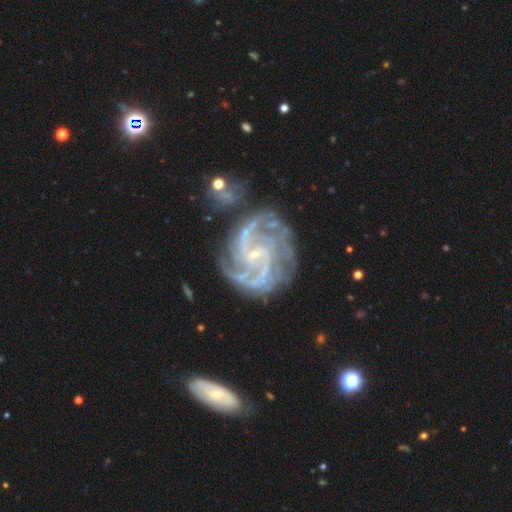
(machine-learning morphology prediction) A featured or disk galaxy (92%) with a weak bar (43%), 2 (38%) medium (53%) spiral arms (98%) and a small central bulge (84%). Merging: none (63%).